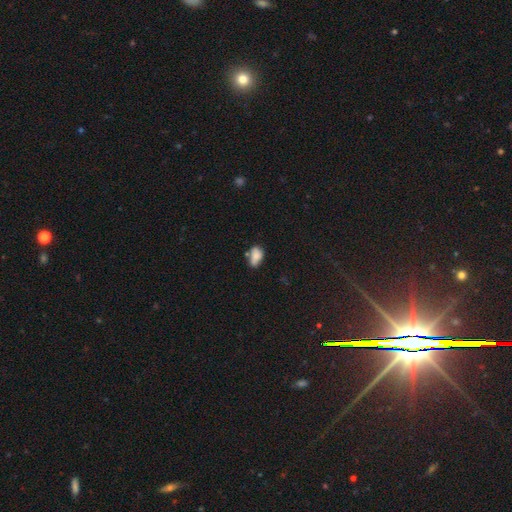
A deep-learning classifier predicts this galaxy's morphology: This appears to be a smooth galaxy with no disk features (79%) that is in between round and cigar-shaped (87%). Merging: none (44%).